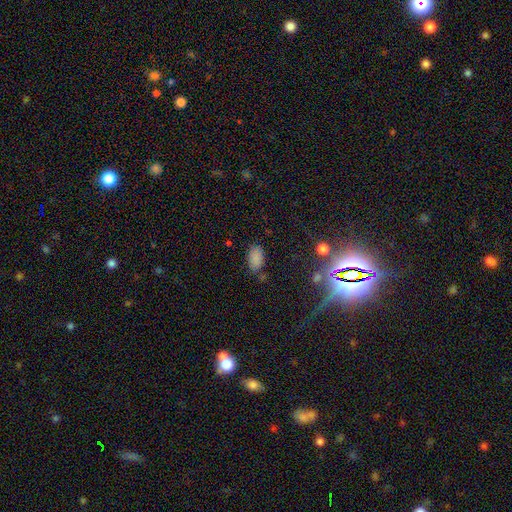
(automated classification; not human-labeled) smooth-or-featured: smooth: 79% | star or artifact: 15% | featured or disk: 6%
  how-rounded: in between: 93% | round: 5% | cigar-shaped: 2%
  merging: none: 77% | minor disturbance: 15% | major disturbance: 5% | merger: 3%